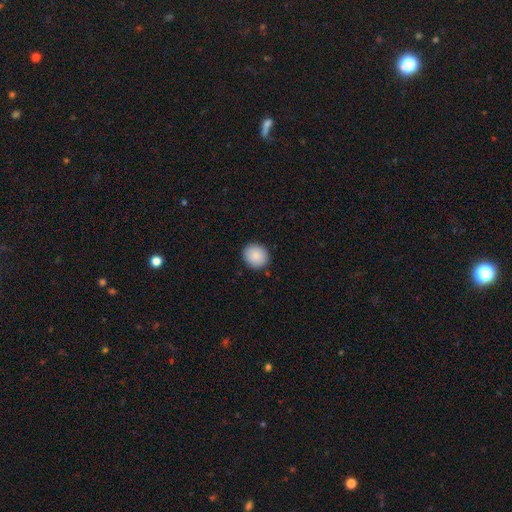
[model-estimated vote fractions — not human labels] Q: Smooth or featured?
A: smooth (88%); runner-up: star or artifact (7%)
Q: How rounded?
A: round (80%); runner-up: in between (19%)
Q: Merging?
A: none (90%); runner-up: minor disturbance (7%)